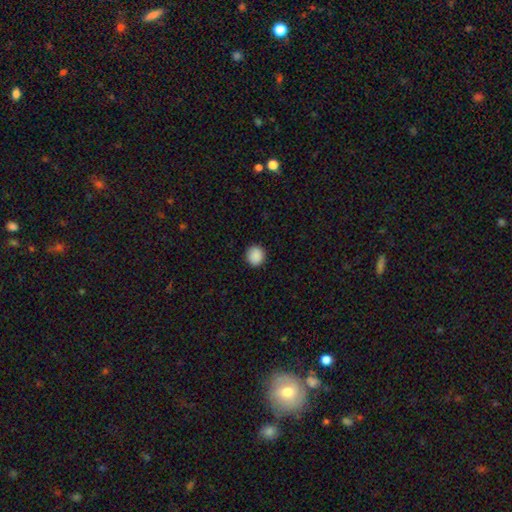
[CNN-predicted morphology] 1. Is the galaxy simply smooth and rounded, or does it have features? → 90% smooth, 8% star or artifact, 2% featured or disk.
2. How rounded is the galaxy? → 90% round, 9% in between, 1% cigar-shaped.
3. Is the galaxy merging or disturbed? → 92% none, 5% minor disturbance, 2% major disturbance, 1% merger.